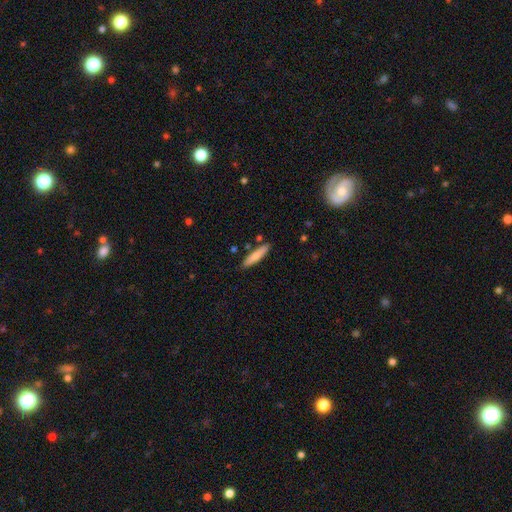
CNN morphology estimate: Q: Smooth or featured?
A: smooth (77%); runner-up: featured or disk (17%)
Q: How rounded?
A: cigar-shaped (86%); runner-up: in between (13%)
Q: Merging?
A: none (86%); runner-up: minor disturbance (9%)